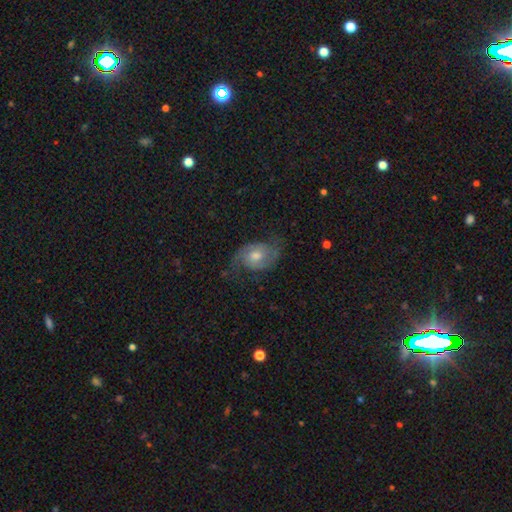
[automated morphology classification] This appears to be a featured or disk galaxy (75%) with no bar (66%), 2 (89%) medium (47%) spiral arms (93%) and a moderate central bulge (68%). Merging: none (70%).